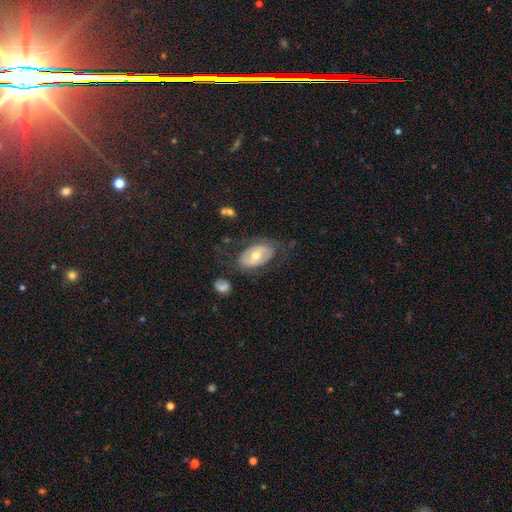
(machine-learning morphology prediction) A featured or disk galaxy (52%).

Vote fractions:
- Smooth or featured? featured or disk: 52% / smooth: 42% / star or artifact: 6%
- Edge-on disk? no: 91% / yes: 9%
- Merging? none: 68% / minor disturbance: 18% / major disturbance: 11% / merger: 3%